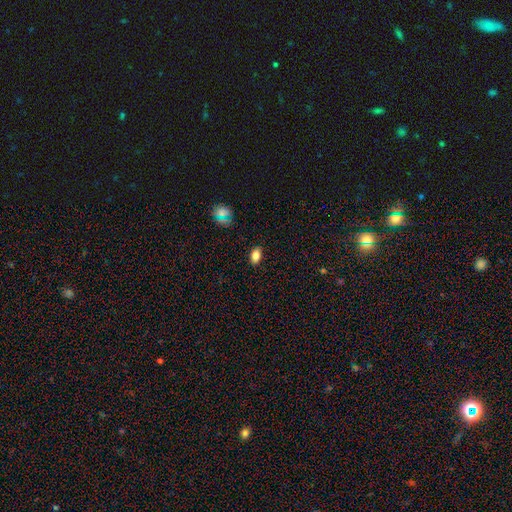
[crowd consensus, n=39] Smooth or featured? 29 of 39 (74%) said smooth. How rounded? 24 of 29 (83%) said in between. Merging? 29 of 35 (83%) said none.